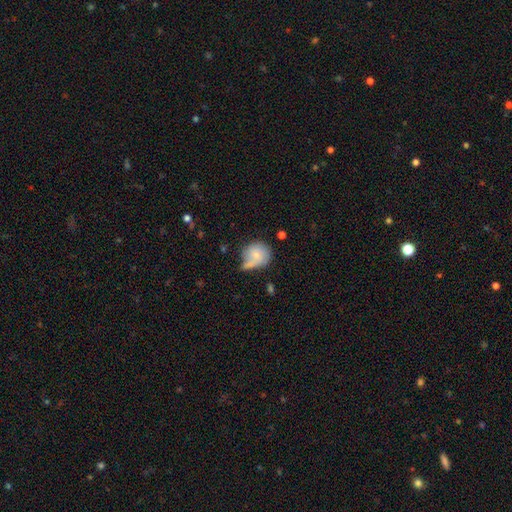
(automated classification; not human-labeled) The model was most divided on "merging": none: 37%, minor disturbance: 31%, merger: 16%, major disturbance: 16%. More confident: how rounded — round (73%); smooth or featured — smooth (70%).